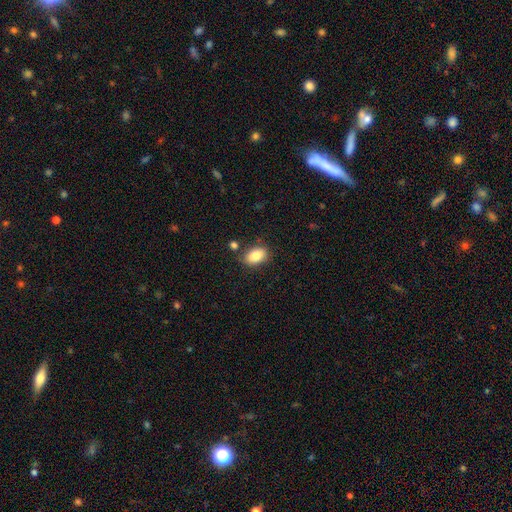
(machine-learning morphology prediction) Smooth or featured? smooth (83%)
How rounded? in between (88%)
Merging? none (78%)